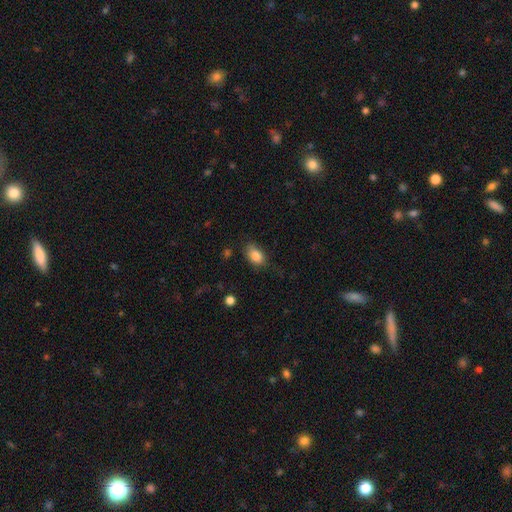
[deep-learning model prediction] The model was most divided on "merging": none: 73%, minor disturbance: 20%, major disturbance: 5%, merger: 2%. More confident: smooth or featured — smooth (85%); how rounded — in between (85%).